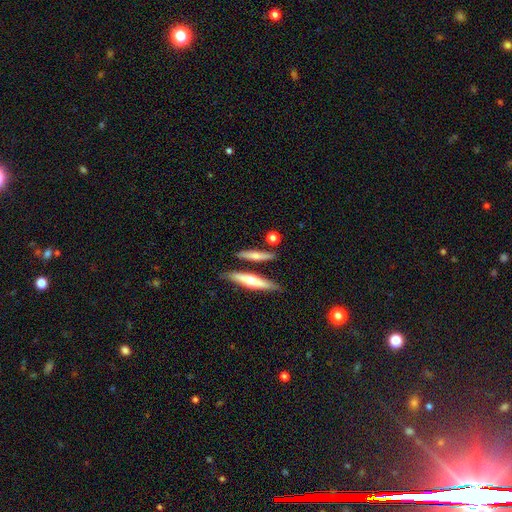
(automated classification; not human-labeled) A smooth galaxy with no disk features (56%) that is cigar-shaped (82%).

Vote fractions:
- Smooth or featured? smooth: 56% / featured or disk: 38% / star or artifact: 6%
- How rounded? cigar-shaped: 82% / in between: 14% / round: 4%
- Merging? none: 76% / minor disturbance: 11% / merger: 10% / major disturbance: 3%